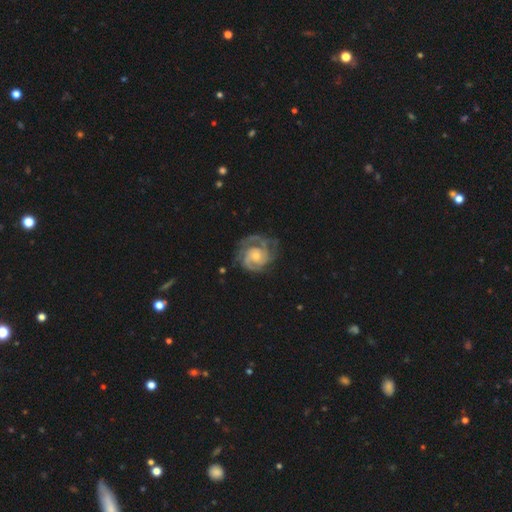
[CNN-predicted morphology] Smooth or featured: featured or disk — 89% (smooth — 7%)
Edge-on disk: no — 98% (yes — 2%)
Bar: no — 73% (weak — 23%)
Spiral arms: yes — 97% (no — 3%)
Spiral winding: tight — 62% (medium — 32%)
Spiral arm count: 2 — 44% (3 — 25%)
Bulge size: small — 50% (moderate — 42%)
Merging: none — 67% (minor disturbance — 19%)